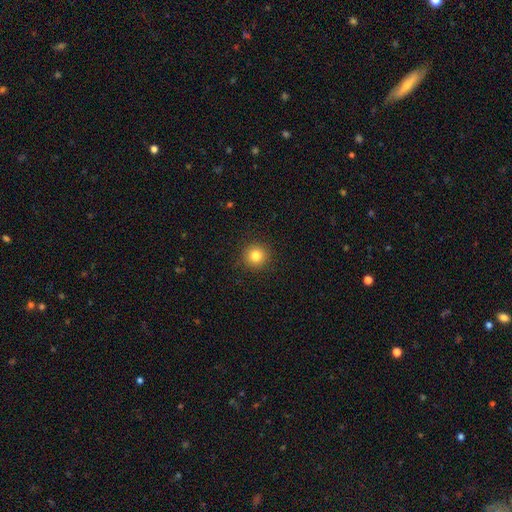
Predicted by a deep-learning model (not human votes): Smooth or featured? smooth (82%)
How rounded? round (95%)
Merging? none (92%)